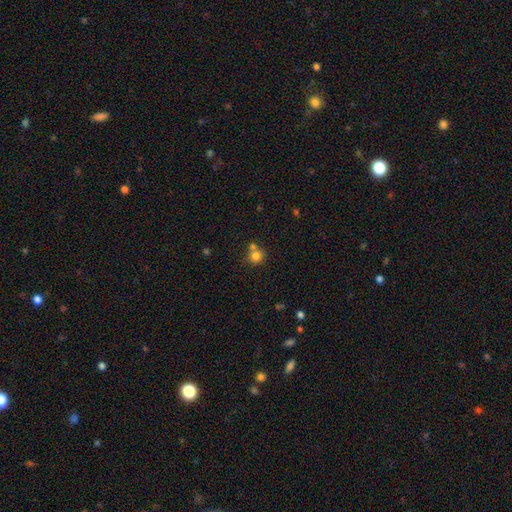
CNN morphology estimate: This appears to be a smooth galaxy with no disk features (79%) that is round (88%). Merging: none (57%).